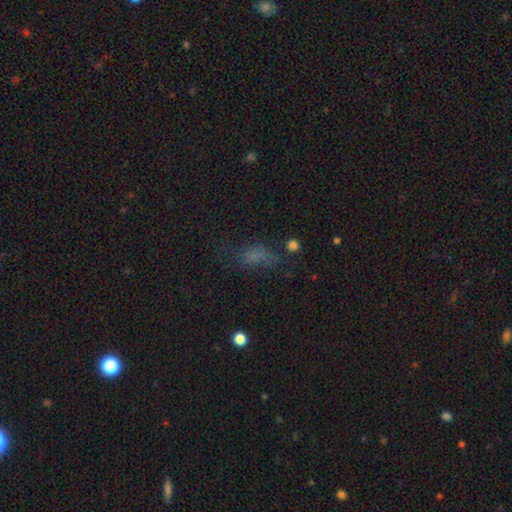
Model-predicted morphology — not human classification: smooth_or_featured: smooth (p=0.59) [alt: star or artifact p=0.26]
how_rounded: in between (p=0.73) [alt: cigar-shaped p=0.16]
merging: none (p=0.49) [alt: minor disturbance p=0.23]